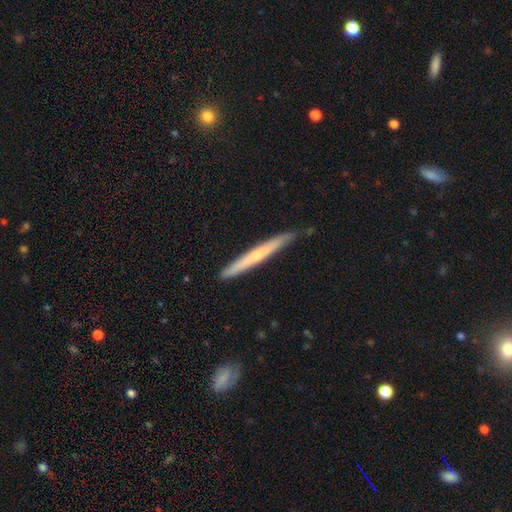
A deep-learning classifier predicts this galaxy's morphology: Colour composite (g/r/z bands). It shows a smooth galaxy with no disk features (49%). Merging: none (85%).